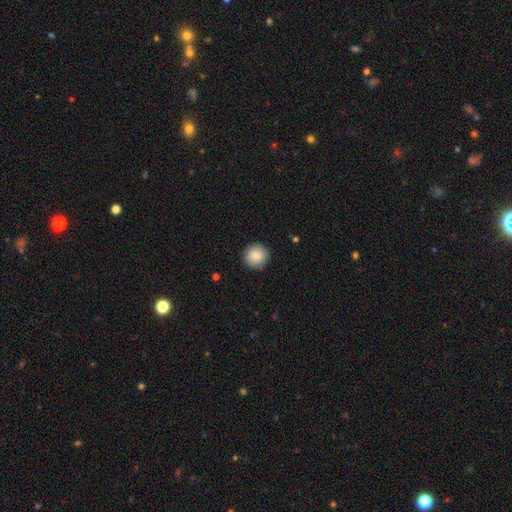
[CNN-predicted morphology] smooth-or-featured: smooth: 82% | featured or disk: 9% | star or artifact: 8%
  how-rounded: round: 95% | in between: 4% | cigar-shaped: 1%
  merging: none: 91% | minor disturbance: 7% | major disturbance: 2% | merger: 1%